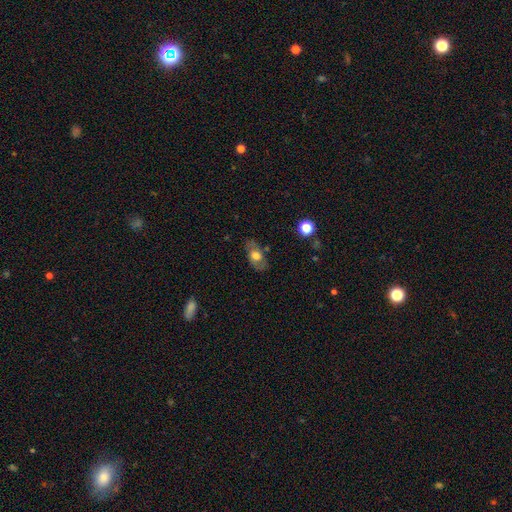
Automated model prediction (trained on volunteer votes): smooth-or-featured: smooth: 54% | featured or disk: 37% | star or artifact: 8%
  how-rounded: in between: 84% | round: 12% | cigar-shaped: 3%
  merging: none: 74% | minor disturbance: 18% | major disturbance: 6% | merger: 2%